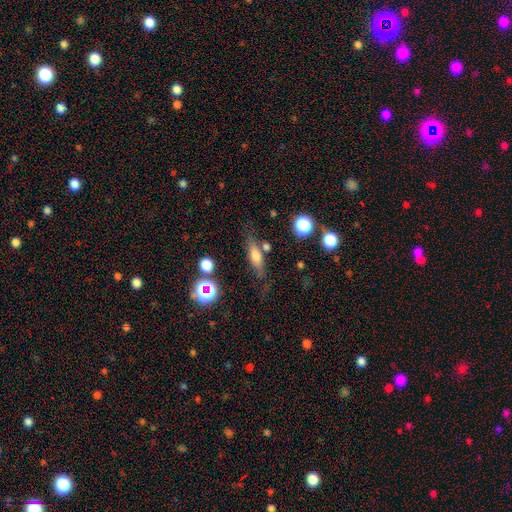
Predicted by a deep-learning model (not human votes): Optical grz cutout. It shows a smooth galaxy with no disk features (60%) that is in between round and cigar-shaped (49%). Merging: none (66%).